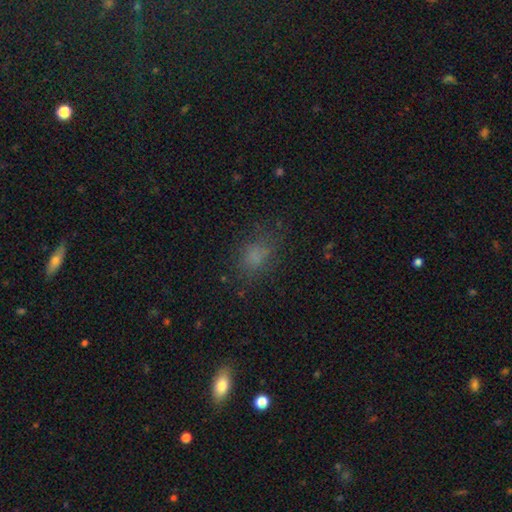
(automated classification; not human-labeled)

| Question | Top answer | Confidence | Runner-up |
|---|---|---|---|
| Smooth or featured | smooth | 72% | star or artifact (18%) |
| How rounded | in between | 62% | round (35%) |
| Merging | none | 68% | minor disturbance (19%) |